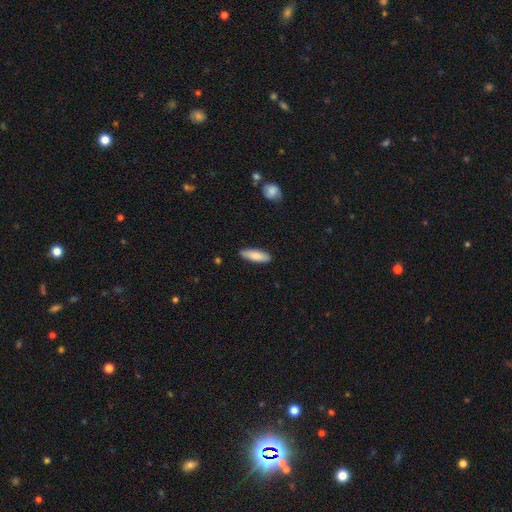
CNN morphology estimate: This appears to be a smooth galaxy with no disk features (82%) that is in between round and cigar-shaped (52%). Merging: none (87%).